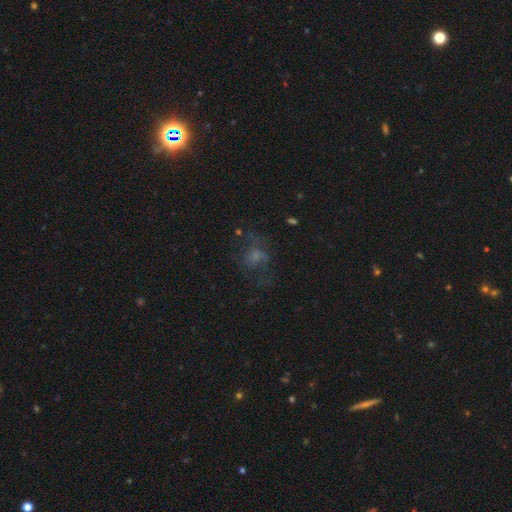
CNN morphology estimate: This is marginally a featured or disk galaxy (35%, tied with smooth). Merging: possibly none (50%).